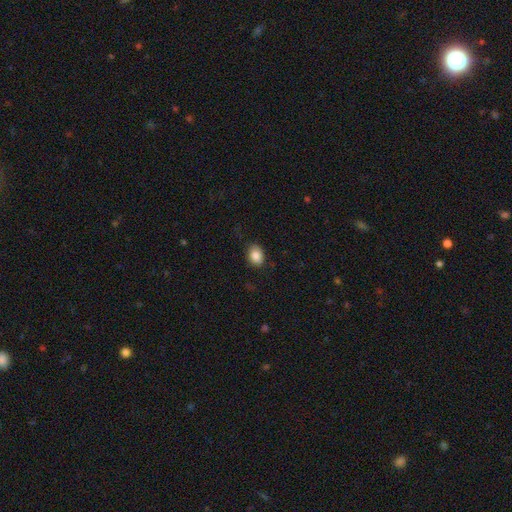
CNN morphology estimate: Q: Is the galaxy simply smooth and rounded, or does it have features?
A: smooth — 86%.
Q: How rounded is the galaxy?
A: in between — 66%.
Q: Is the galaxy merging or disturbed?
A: none — 83%.